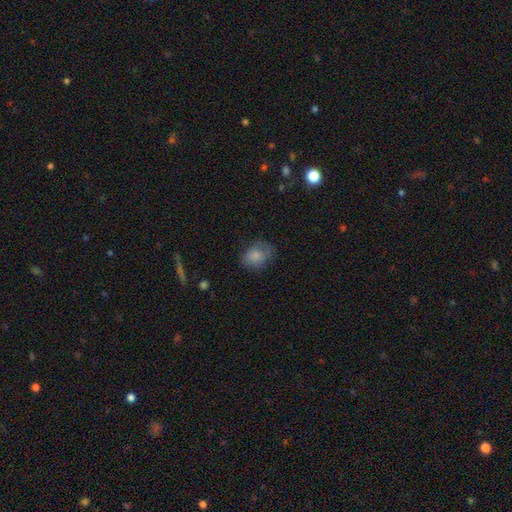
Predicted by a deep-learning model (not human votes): smooth_or_featured: smooth (p=0.78) [alt: featured or disk p=0.13]
how_rounded: in between (p=0.64) [alt: round p=0.35]
merging: none (p=0.64) [alt: minor disturbance p=0.25]